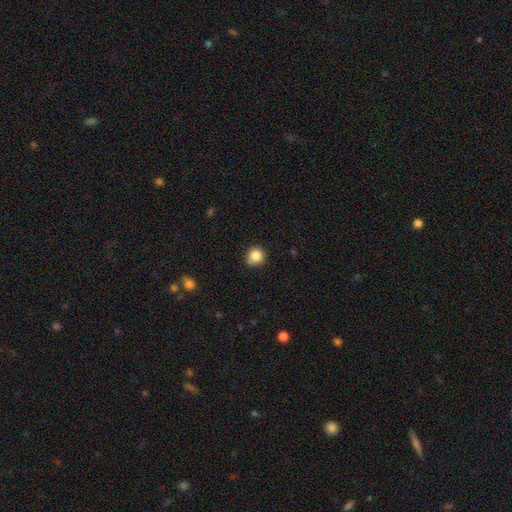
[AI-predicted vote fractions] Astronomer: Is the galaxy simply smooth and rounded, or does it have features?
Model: smooth — 85%.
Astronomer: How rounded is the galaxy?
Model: round — 89%.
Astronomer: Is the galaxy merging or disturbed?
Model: none — 79%.